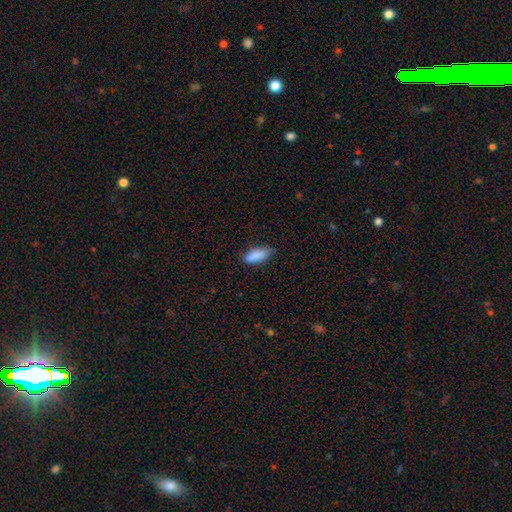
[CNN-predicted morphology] Smooth or featured? Predicted: smooth (p=0.87). How rounded? Predicted: in between (p=0.68). Merging? Predicted: none (p=0.73).